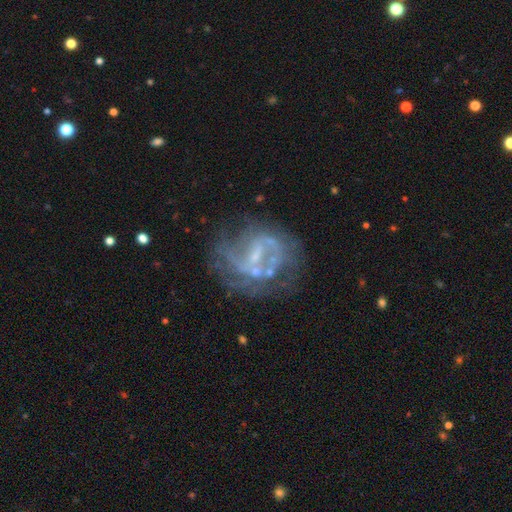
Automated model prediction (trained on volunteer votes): A featured or disk galaxy (79%) with a weak bar (45%), 2 (44%) medium (41%) spiral arms (68%) and a small central bulge (50%). Merging: none (54%).